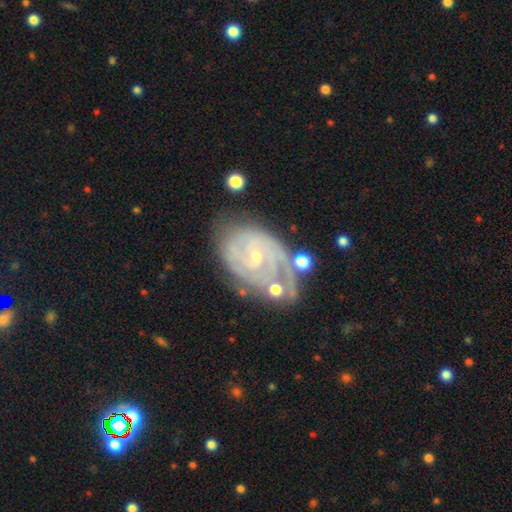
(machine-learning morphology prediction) smooth_or_featured: featured or disk (p=0.85) [alt: smooth p=0.08]
disk_edge_on: no (p=0.97) [alt: yes p=0.03]
bar: no (p=0.54) [alt: weak p=0.37]
has_spiral_arms: yes (p=0.95) [alt: no p=0.05]
spiral_winding: tight (p=0.70) [alt: medium p=0.25]
spiral_arm_count: 2 (p=0.30) [tied with: can't tell p=0.30]
bulge_size: small (p=0.80) [alt: moderate p=0.15]
merging: none (p=0.56) [alt: minor disturbance p=0.23]